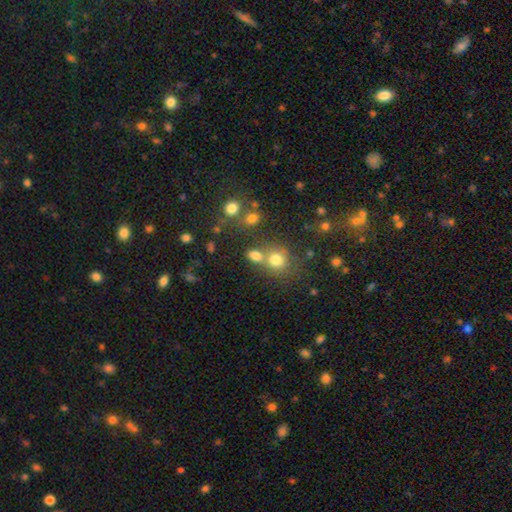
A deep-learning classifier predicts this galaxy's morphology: smooth_or_featured: smooth (p=0.75) [alt: star or artifact p=0.16]
how_rounded: round (p=0.50) [alt: in between p=0.48]
merging: none (p=0.50) [alt: merger p=0.35]